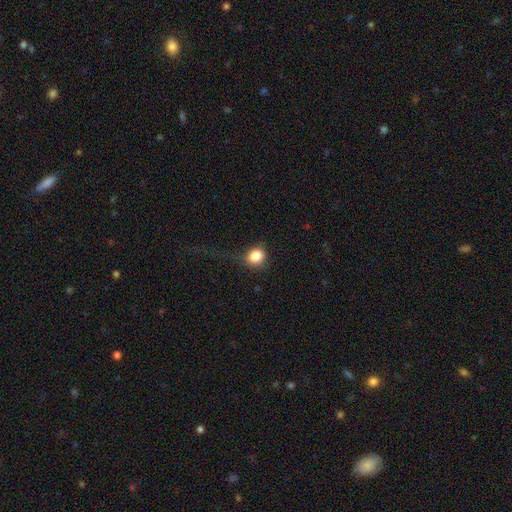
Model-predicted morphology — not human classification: Smooth or featured? smooth (83%)
How rounded? round (71%)
Merging? none (54%)